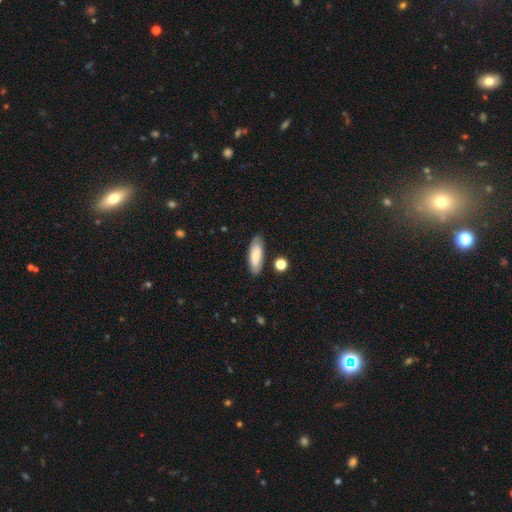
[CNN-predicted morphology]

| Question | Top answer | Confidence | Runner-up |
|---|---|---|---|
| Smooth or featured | smooth | 78% | featured or disk (15%) |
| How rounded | in between | 62% | cigar-shaped (36%) |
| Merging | none | 80% | minor disturbance (14%) |